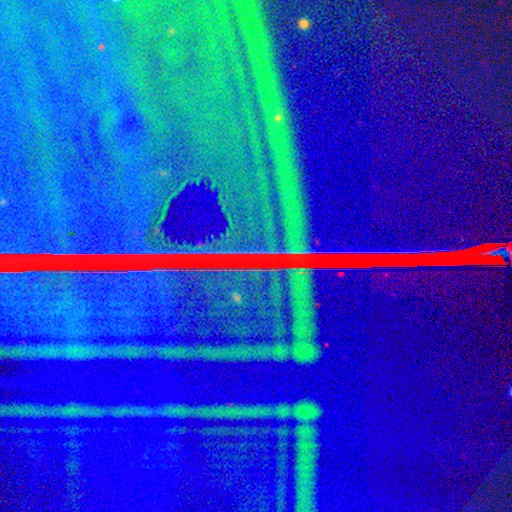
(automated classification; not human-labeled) smooth_or_featured: star or artifact (p=0.87) [alt: featured or disk p=0.08]